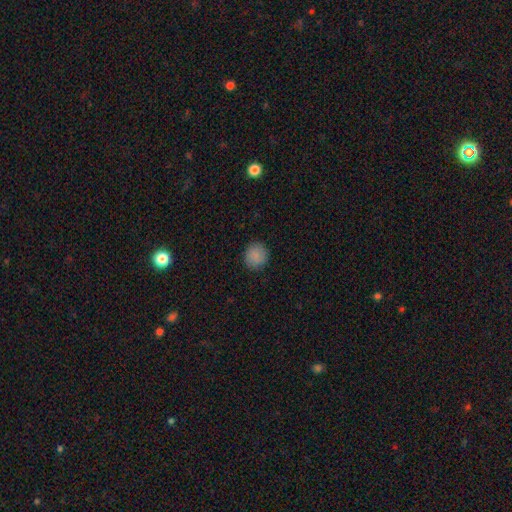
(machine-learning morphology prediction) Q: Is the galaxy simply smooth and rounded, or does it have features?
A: smooth — 87%.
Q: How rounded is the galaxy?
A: round — 88%.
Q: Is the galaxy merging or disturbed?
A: none — 87%.